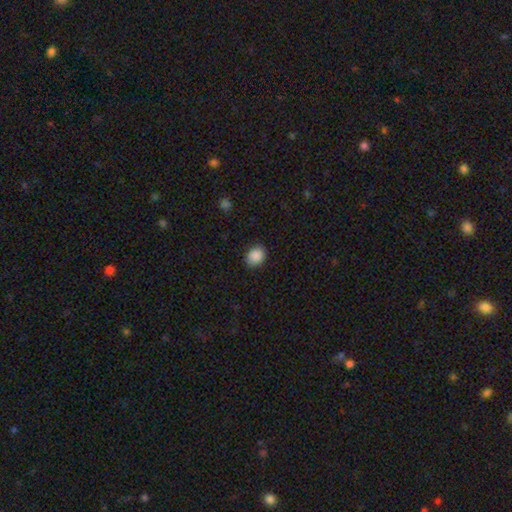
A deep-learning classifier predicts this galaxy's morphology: type=smooth (89%); roundness=round (53%); merging=none (86%).